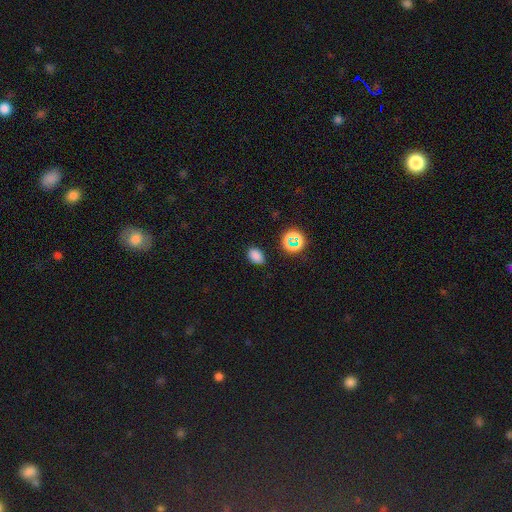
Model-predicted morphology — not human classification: smooth_or_featured: smooth (p=0.79) [alt: star or artifact p=0.17]
how_rounded: in between (p=0.76) [alt: round p=0.22]
merging: none (p=0.85) [alt: minor disturbance p=0.11]